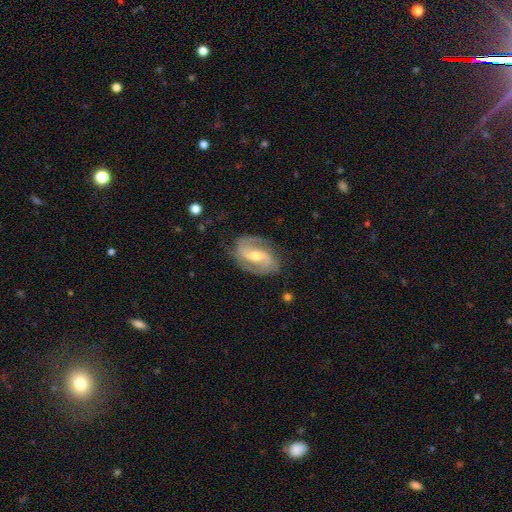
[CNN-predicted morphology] Smooth or featured: featured or disk — 88% (smooth — 7%)
Edge-on disk: no — 97% (yes — 3%)
Bar: weak — 43% (strong — 32%)
Spiral arms: yes — 96% (no — 4%)
Spiral winding: medium — 51% (tight — 27%)
Spiral arm count: 2 — 89% (can't tell — 4%)
Bulge size: moderate — 58% (small — 38%)
Merging: none — 78% (minor disturbance — 15%)